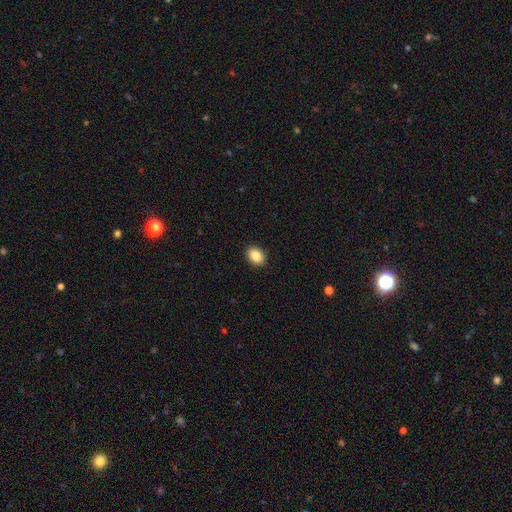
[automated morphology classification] type=smooth (87%); roundness=in between (70%); merging=none (91%).